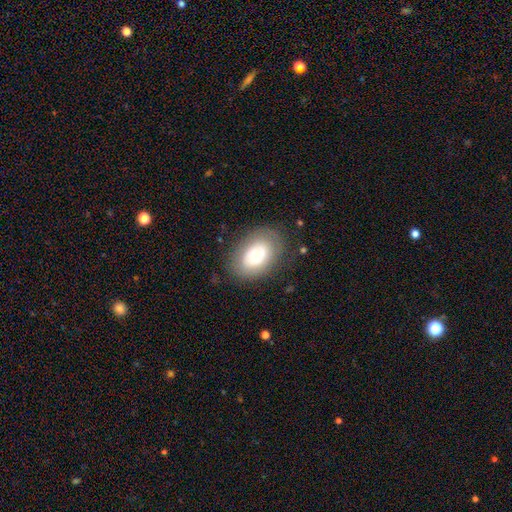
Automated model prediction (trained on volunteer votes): Morphology: type=smooth (69%); roundness=in between (87%); merging=none (79%).